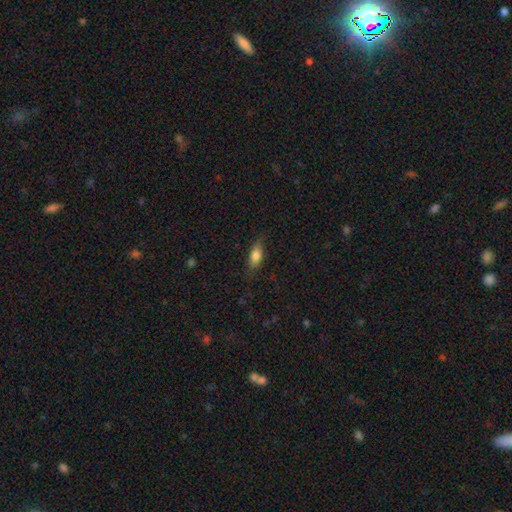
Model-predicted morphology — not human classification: smooth_or_featured: smooth (p=0.79) [alt: featured or disk p=0.14]
how_rounded: in between (p=0.75) [alt: cigar-shaped p=0.22]
merging: none (p=0.80) [alt: minor disturbance p=0.15]